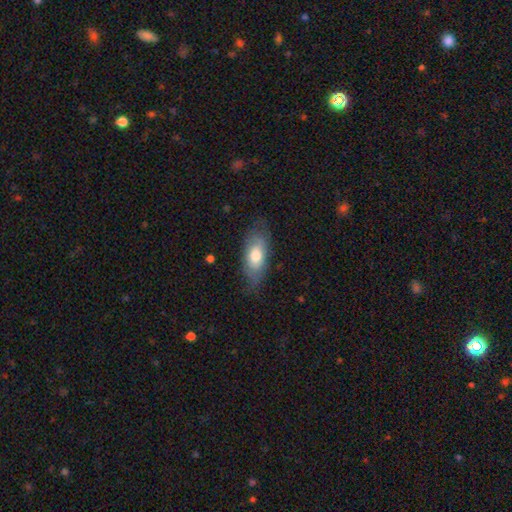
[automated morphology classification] Smooth or featured?
  - smooth: 63% *
  - featured or disk: 31%
  - star or artifact: 6%
How rounded?
  - in between: 85% *
  - cigar-shaped: 11%
  - round: 4%
Merging?
  - none: 68% *
  - minor disturbance: 23%
  - major disturbance: 8%
  - merger: 1%